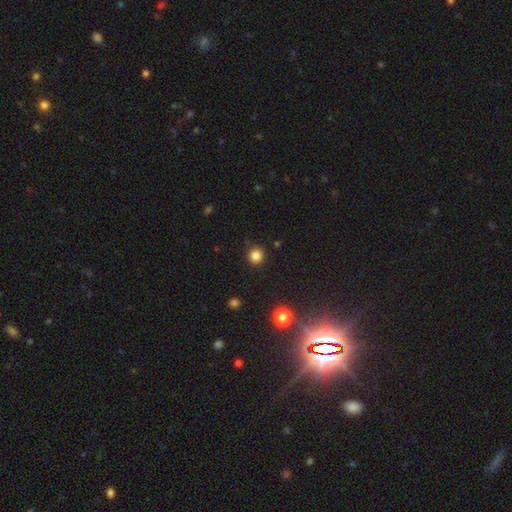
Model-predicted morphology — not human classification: smooth_or_featured: smooth (p=0.84) [alt: star or artifact p=0.13]
how_rounded: round (p=0.93) [alt: in between p=0.06]
merging: none (p=0.92) [alt: minor disturbance p=0.05]